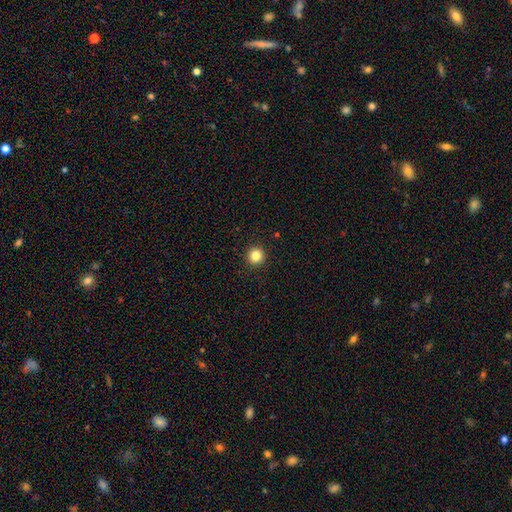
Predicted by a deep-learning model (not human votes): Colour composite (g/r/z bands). It shows a smooth galaxy with no disk features (84%) that is round (96%). Merging: none (94%).